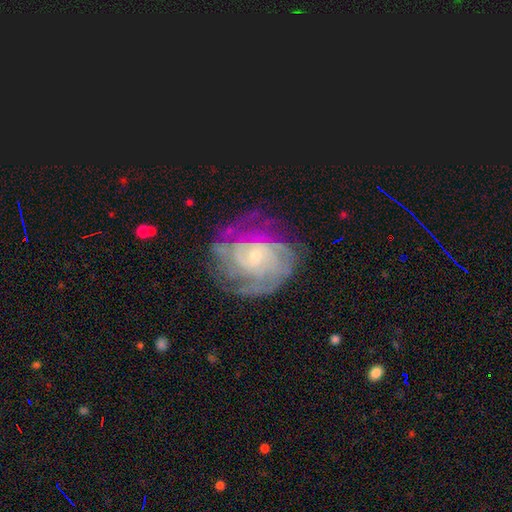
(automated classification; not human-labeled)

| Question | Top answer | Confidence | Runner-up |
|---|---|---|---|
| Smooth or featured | featured or disk | 85% | smooth (9%) |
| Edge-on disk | no | 97% | yes (3%) |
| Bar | no | 71% | weak (24%) |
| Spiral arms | yes | 94% | no (6%) |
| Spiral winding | tight | 63% | medium (30%) |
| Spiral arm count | can't tell | 35% | 2 (22%) |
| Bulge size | small | 75% | moderate (21%) |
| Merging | none | 62% | minor disturbance (21%) |